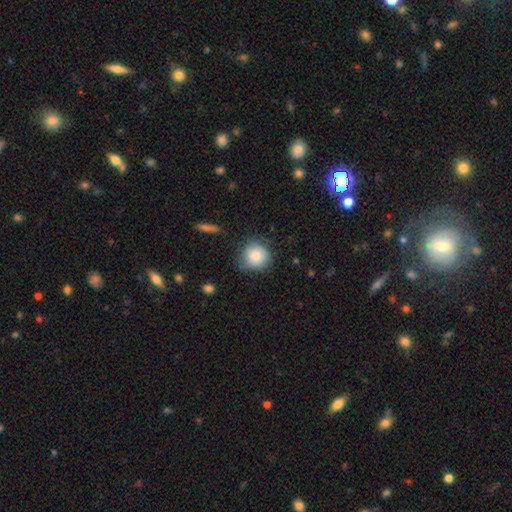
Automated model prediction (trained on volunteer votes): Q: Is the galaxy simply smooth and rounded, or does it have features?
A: smooth — 82%.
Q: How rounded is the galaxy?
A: round — 88%.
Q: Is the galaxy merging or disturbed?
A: none — 66%.